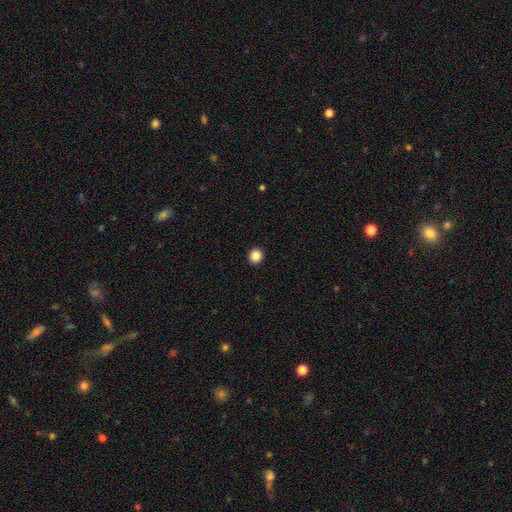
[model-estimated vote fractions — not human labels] This is clearly a smooth galaxy (86%). How rounded: clearly round (90%). Merging: clearly none (94%).